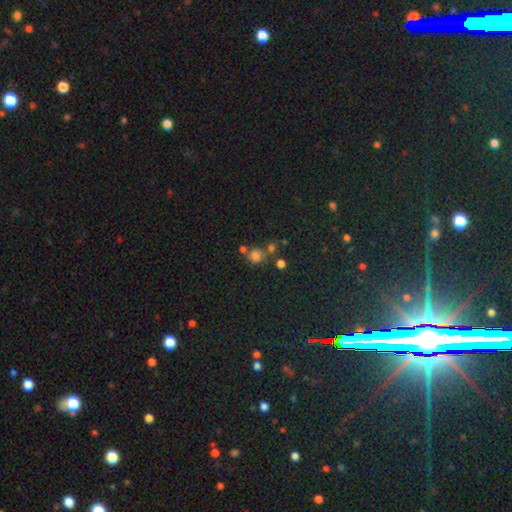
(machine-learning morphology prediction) smooth_or_featured: smooth (p=0.73) [alt: star or artifact p=0.19]
how_rounded: round (p=0.86) [alt: in between p=0.13]
merging: none (p=0.60) [alt: merger p=0.22]